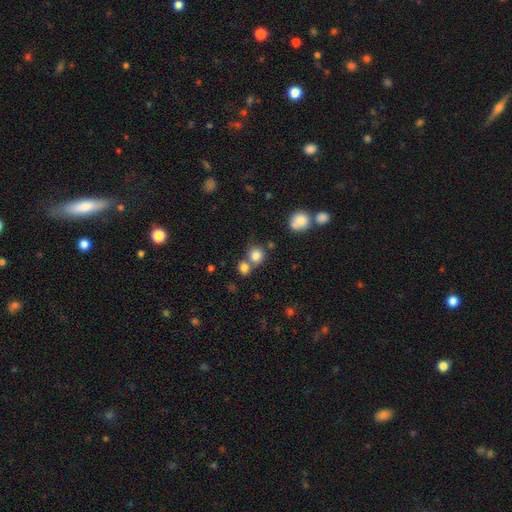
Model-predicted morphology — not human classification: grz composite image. It shows a smooth galaxy with no disk features (82%) that is round (87%). Merging: none (59%).